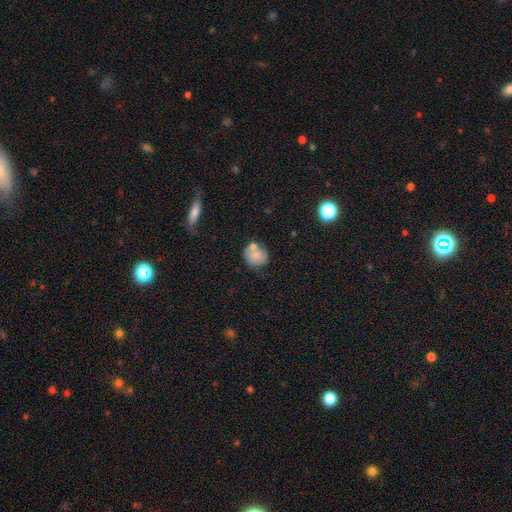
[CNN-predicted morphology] smooth-or-featured: smooth: 75% | featured or disk: 16% | star or artifact: 9%
  how-rounded: round: 81% | in between: 18% | cigar-shaped: 1%
  merging: none: 56% | merger: 21% | minor disturbance: 18% | major disturbance: 5%